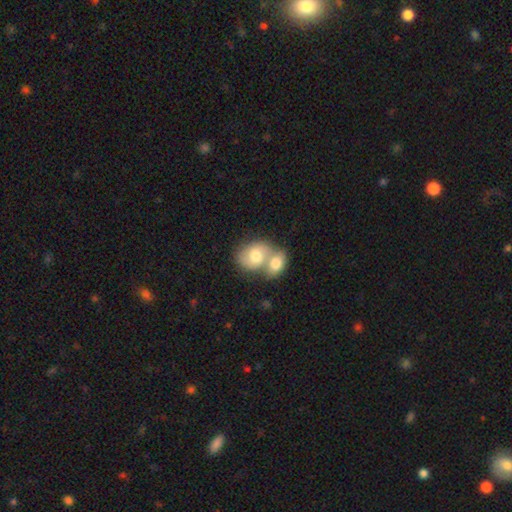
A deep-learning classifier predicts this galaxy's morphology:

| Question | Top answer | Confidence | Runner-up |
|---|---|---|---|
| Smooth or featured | smooth | 62% | featured or disk (32%) |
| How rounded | in between | 57% | round (42%) |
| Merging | merger | 69% | none (21%) |